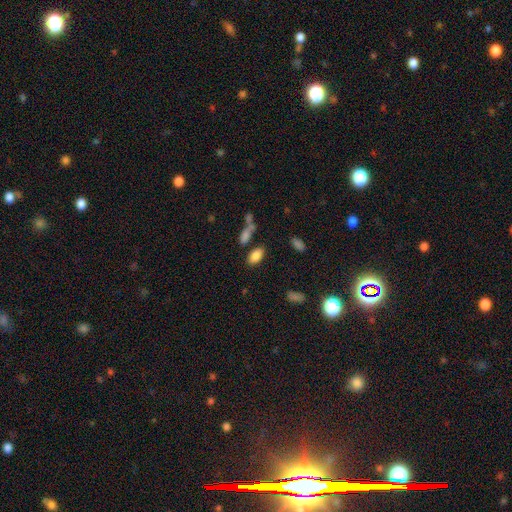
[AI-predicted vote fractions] A smooth galaxy with no disk features (84%) that is in between round and cigar-shaped (93%).

Vote fractions:
- Smooth or featured? smooth: 84% / star or artifact: 9% / featured or disk: 7%
- How rounded? in between: 93% / round: 4% / cigar-shaped: 3%
- Merging? none: 73% / minor disturbance: 12% / merger: 10% / major disturbance: 5%